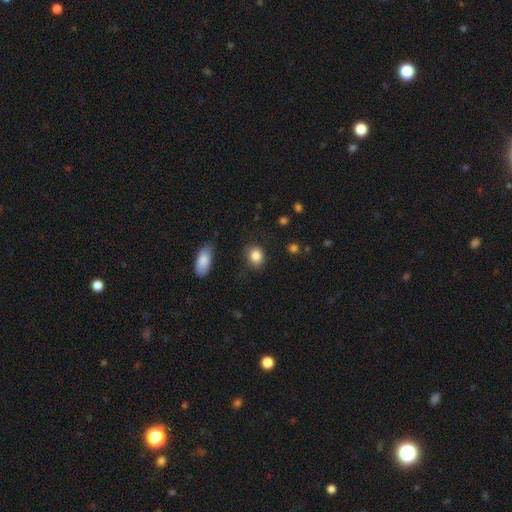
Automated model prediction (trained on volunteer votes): Smooth or featured? Predicted: smooth (p=0.86). How rounded? Predicted: round (p=0.57). Merging? Predicted: none (p=0.80).